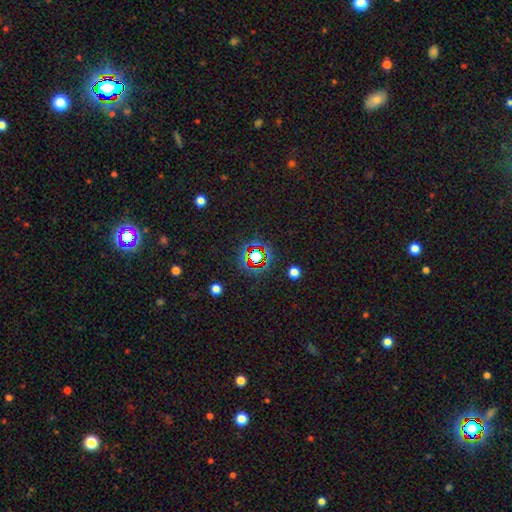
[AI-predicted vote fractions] star or artifact 71%, smooth 18%, featured or disk 12%.